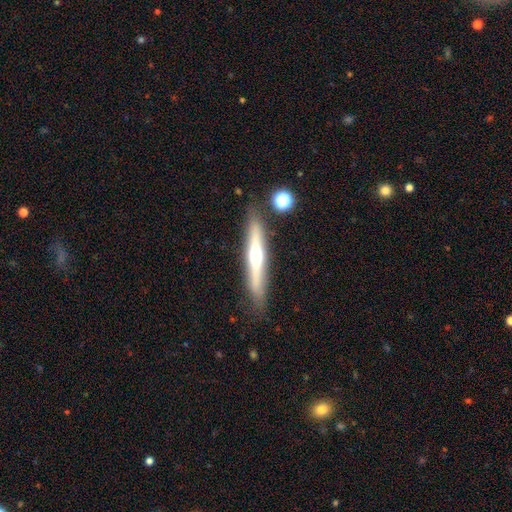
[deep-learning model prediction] Smooth or featured? featured or disk (59%)
Edge-on disk? yes (94%)
Edge-on bulge? rounded (82%)
Merging? none (83%)